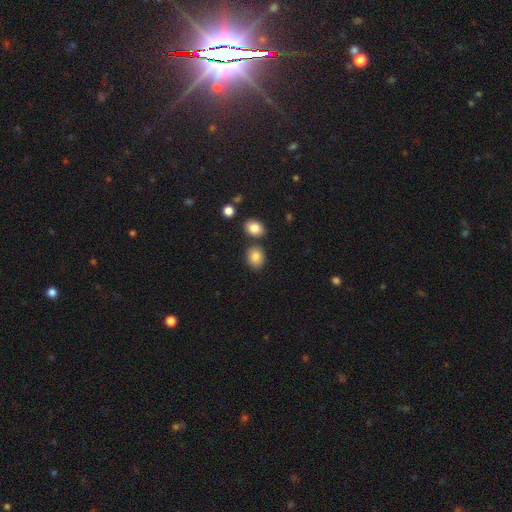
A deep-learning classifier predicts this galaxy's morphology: Q: Smooth or featured?
A: smooth (85%); runner-up: star or artifact (9%)
Q: How rounded?
A: round (57%); runner-up: in between (42%)
Q: Merging?
A: none (76%); runner-up: merger (11%)